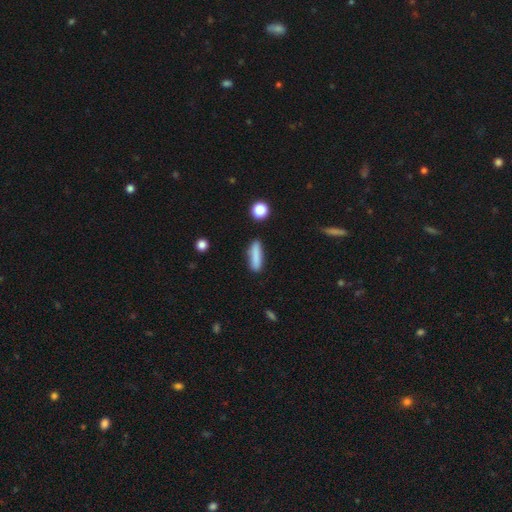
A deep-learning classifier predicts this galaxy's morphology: Smooth or featured? Predicted: smooth (p=0.84). How rounded? Predicted: cigar-shaped (p=0.73). Merging? Predicted: none (p=0.84).